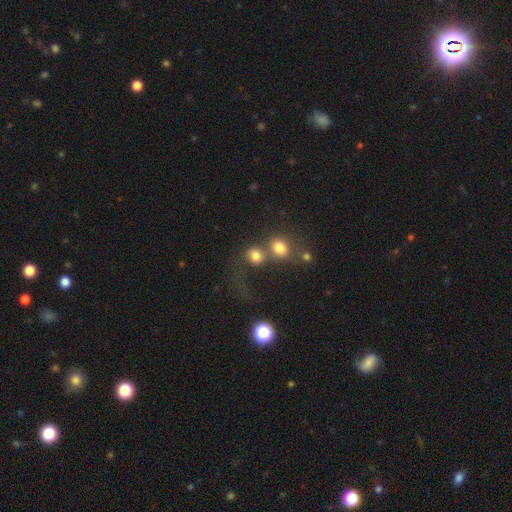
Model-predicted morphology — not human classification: Smooth or featured? smooth (76%)
How rounded? round (77%)
Merging? merger (50%)